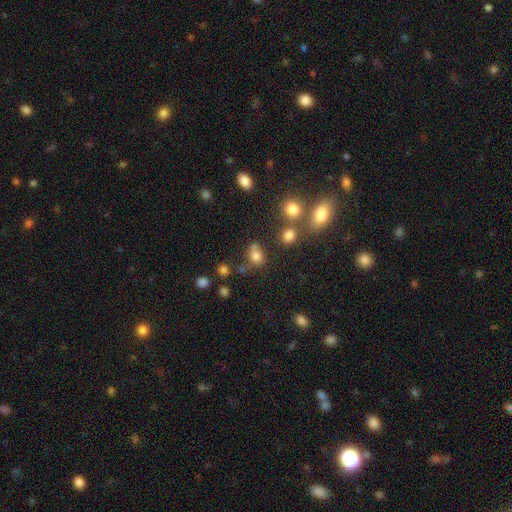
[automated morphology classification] smooth_or_featured: smooth (p=0.75) [alt: star or artifact p=0.16]
how_rounded: round (p=0.58) [alt: in between p=0.41]
merging: none (p=0.50) [alt: merger p=0.25]